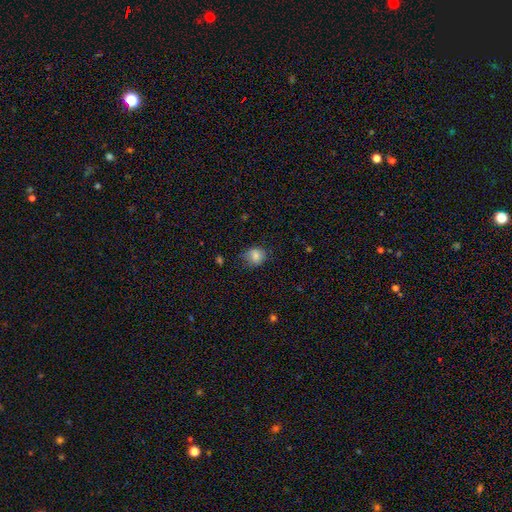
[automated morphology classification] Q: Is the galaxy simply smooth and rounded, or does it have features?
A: smooth — 79%.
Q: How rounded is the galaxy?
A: round — 62%.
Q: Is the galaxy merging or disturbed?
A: none — 68%.